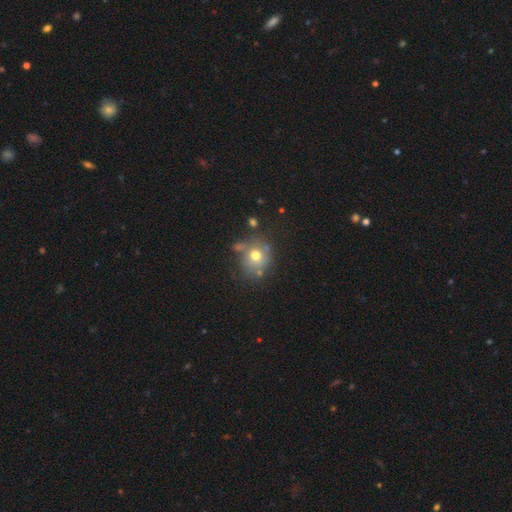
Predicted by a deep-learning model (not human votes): Smooth or featured? smooth (69%)
How rounded? round (79%)
Merging? none (60%)